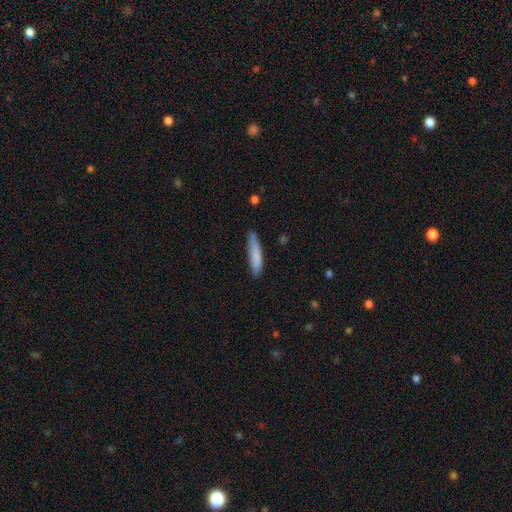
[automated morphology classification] Overall: smooth (81%). How rounded: cigar-shaped (86%). Merging: none (80%).